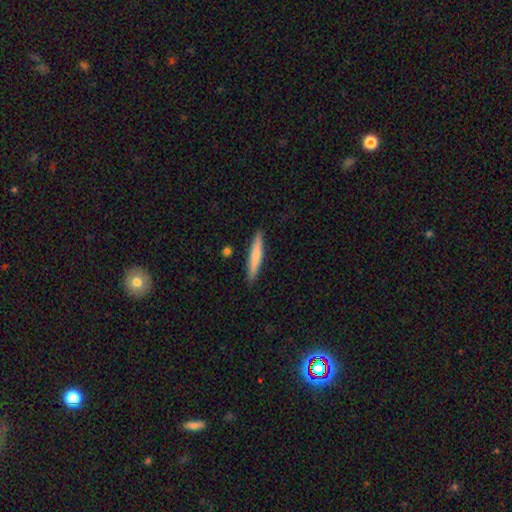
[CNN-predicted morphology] smooth 71%, featured or disk 24%, star or artifact 5%. Down the decision tree: how rounded — cigar-shaped (93%); merging — none (89%).